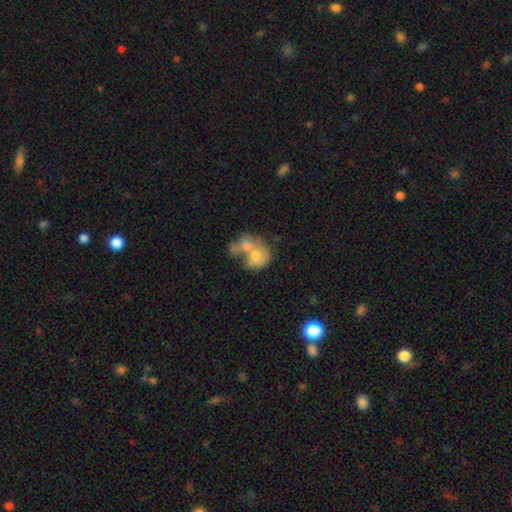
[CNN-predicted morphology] The model was most divided on "how rounded": round: 53%, in between: 46%, cigar-shaped: 1%. More confident: merging — merger (69%); smooth or featured — smooth (57%).